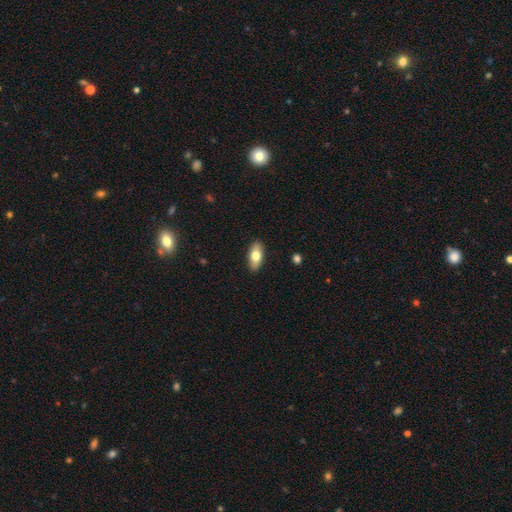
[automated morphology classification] A smooth galaxy with no disk features (74%) that is in between round and cigar-shaped (86%).

Vote fractions:
- Smooth or featured? smooth: 74% / featured or disk: 19% / star or artifact: 6%
- How rounded? in between: 86% / cigar-shaped: 10% / round: 3%
- Merging? none: 89% / minor disturbance: 8% / major disturbance: 2% / merger: 1%